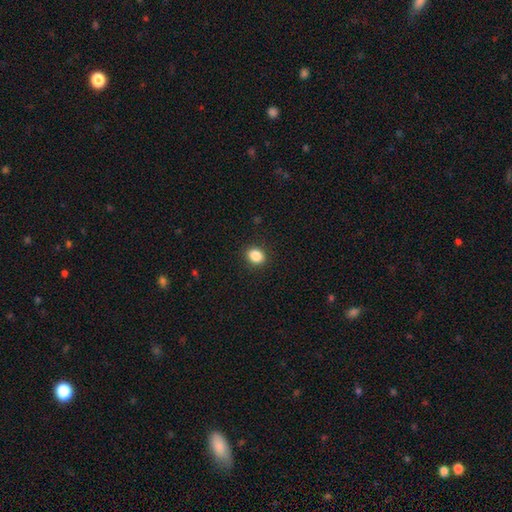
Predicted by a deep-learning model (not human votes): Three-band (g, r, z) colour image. It shows a smooth galaxy with no disk features (86%) that is in between round and cigar-shaped (53%). Merging: none (89%).